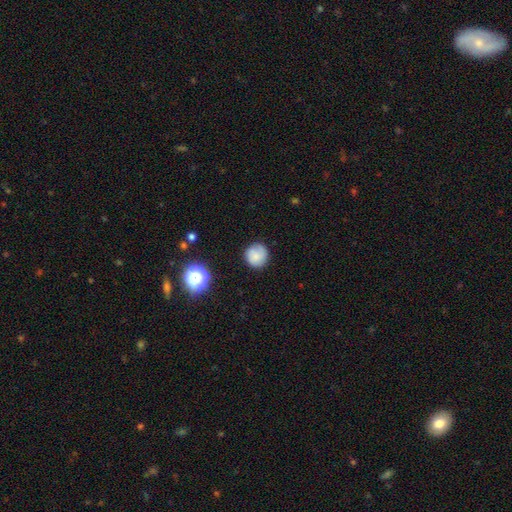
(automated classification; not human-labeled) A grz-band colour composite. It shows a smooth galaxy with no disk features (79%) that is round (92%). Merging: none (82%).